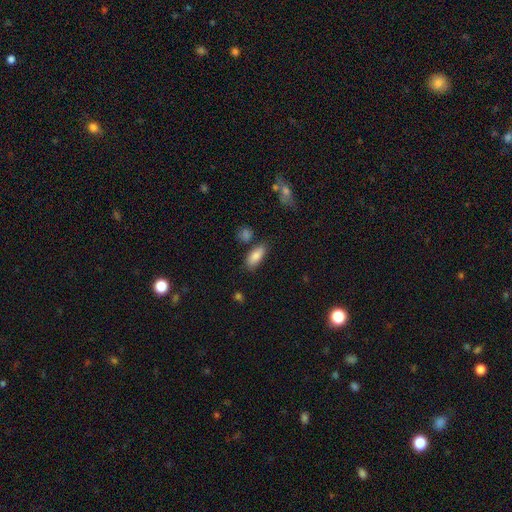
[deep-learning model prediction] A smooth galaxy with no disk features (85%) that is in between round and cigar-shaped (84%).

Vote fractions:
- Smooth or featured? smooth: 85% / featured or disk: 8% / star or artifact: 7%
- How rounded? in between: 84% / cigar-shaped: 14% / round: 3%
- Merging? none: 74% / minor disturbance: 16% / merger: 6% / major disturbance: 4%